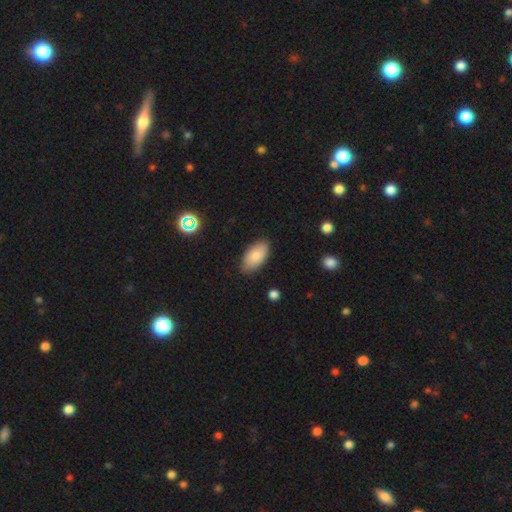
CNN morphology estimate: smooth_or_featured: smooth (p=0.83) [alt: featured or disk p=0.10]
how_rounded: in between (p=0.95) [alt: round p=0.03]
merging: none (p=0.84) [alt: minor disturbance p=0.13]